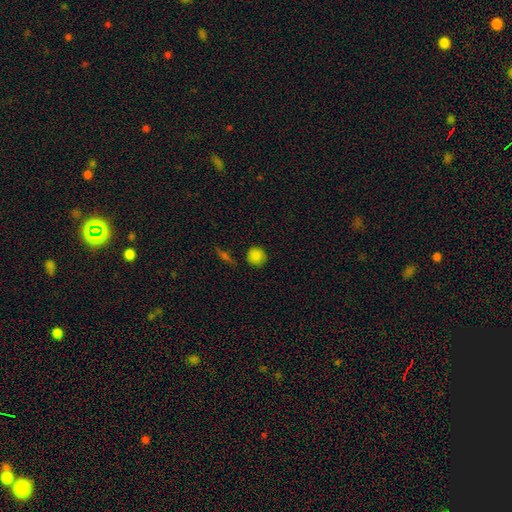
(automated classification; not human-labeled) This is clearly a smooth galaxy (84%). How rounded: clearly round (90%). Merging: clearly none (82%).